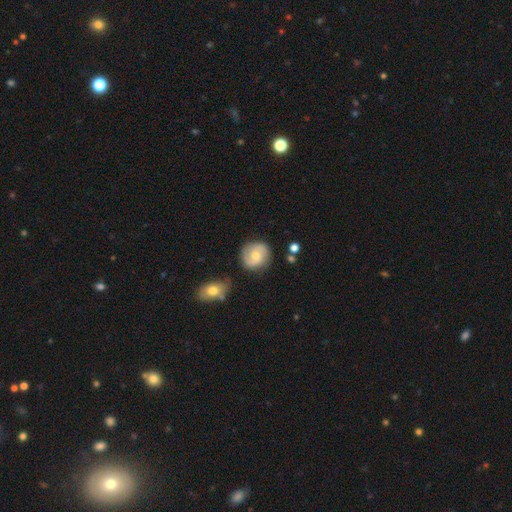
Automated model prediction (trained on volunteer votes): Smooth or featured? featured or disk (55%)
Edge-on disk? no (97%)
Bar? no (60%)
Spiral arms? yes (87%)
Bulge size? moderate (56%)
Merging? none (78%)